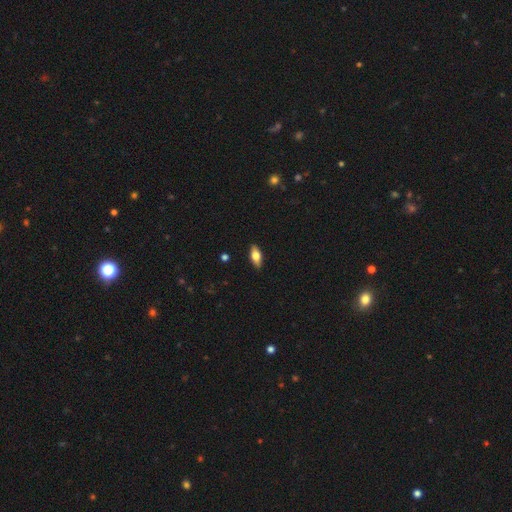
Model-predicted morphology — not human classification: smooth 62%, featured or disk 31%, star or artifact 7%. Down the decision tree: how rounded — in between (79%); merging — none (87%).